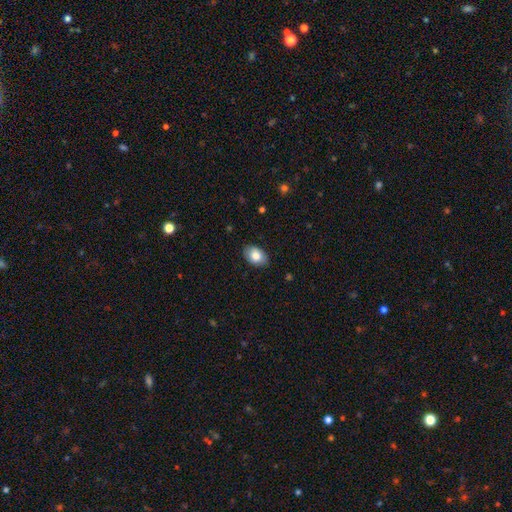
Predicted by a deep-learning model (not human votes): A smooth galaxy with no disk features (82%) that is in between round and cigar-shaped (86%).

Vote fractions:
- Smooth or featured? smooth: 82% / featured or disk: 11% / star or artifact: 7%
- How rounded? in between: 86% / round: 13% / cigar-shaped: 1%
- Merging? none: 86% / minor disturbance: 11% / major disturbance: 2% / merger: 1%